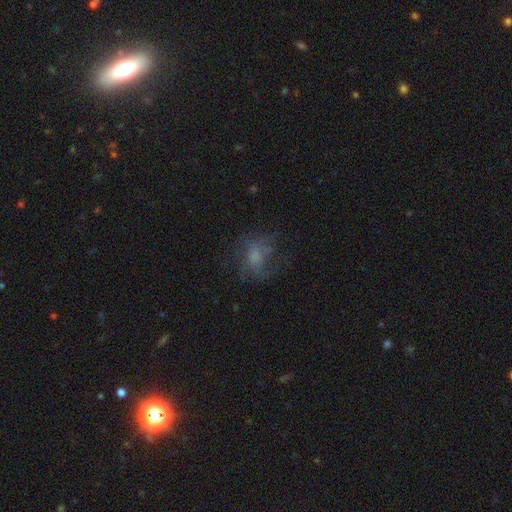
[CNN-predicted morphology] A smooth galaxy with no disk features (43%). Merging: none (49%).